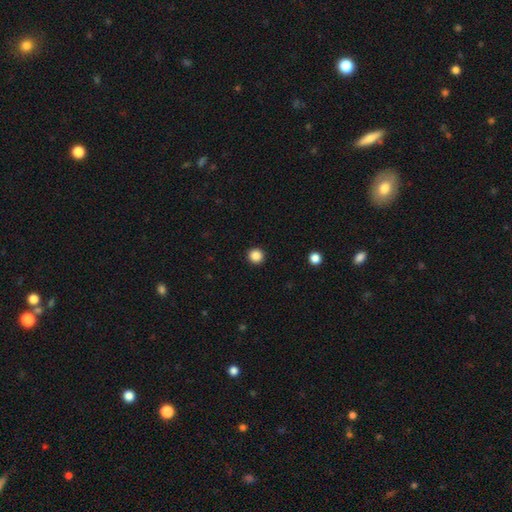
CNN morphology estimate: smooth_or_featured: smooth (p=0.87) [alt: star or artifact p=0.11]
how_rounded: round (p=0.95) [alt: in between p=0.04]
merging: none (p=0.93) [alt: minor disturbance p=0.04]